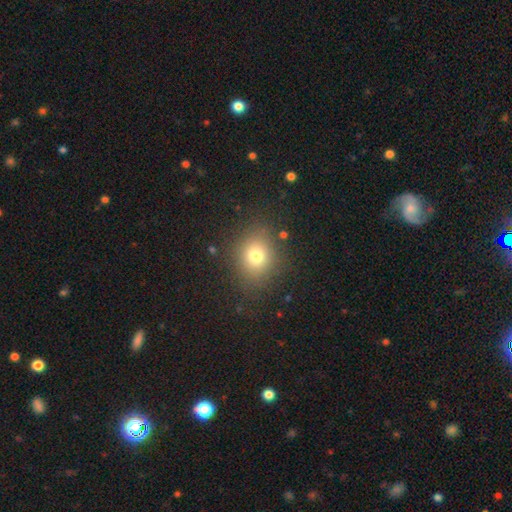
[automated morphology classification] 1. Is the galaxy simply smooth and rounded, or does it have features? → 74% smooth, 16% star or artifact, 10% featured or disk.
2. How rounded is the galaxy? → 72% round, 27% in between, 1% cigar-shaped.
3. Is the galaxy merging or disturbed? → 85% none, 9% minor disturbance, 4% major disturbance, 2% merger.